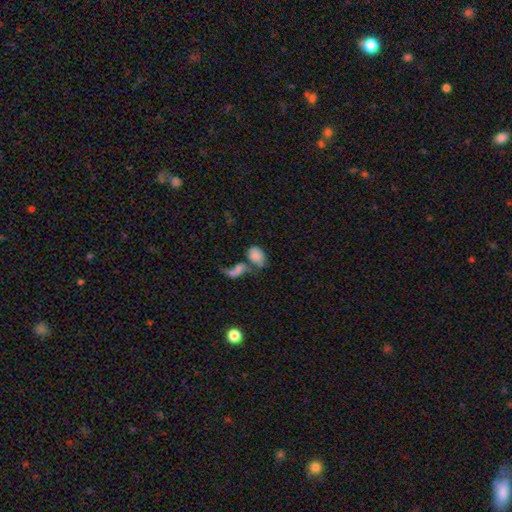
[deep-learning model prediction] This is likely a smooth galaxy (75%). How rounded: likely in between (80%). Merging: possibly merger (57%).